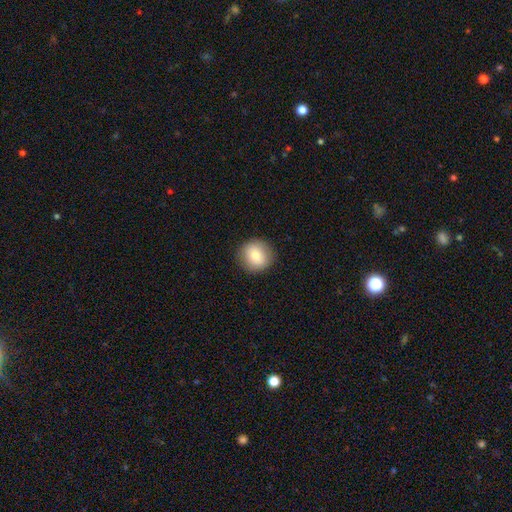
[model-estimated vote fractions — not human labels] Overall: smooth (80%). How rounded: round (90%). Merging: none (90%).